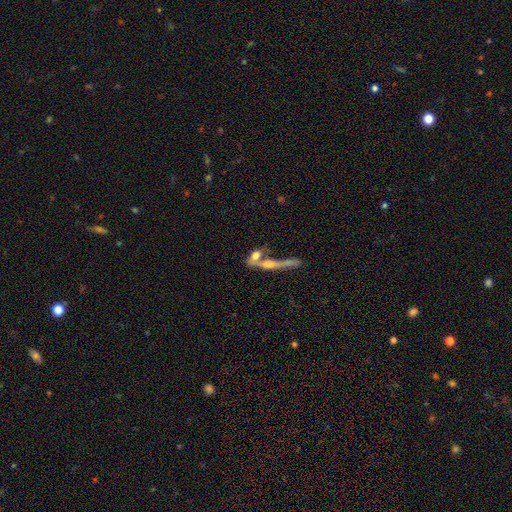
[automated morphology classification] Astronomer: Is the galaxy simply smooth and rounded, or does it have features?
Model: smooth — 51% (runner-up: featured or disk, 38%).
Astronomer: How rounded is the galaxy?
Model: in between — 48% (runner-up: cigar-shaped, 39%).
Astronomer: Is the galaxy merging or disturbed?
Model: merger — 50% (runner-up: none, 32%).